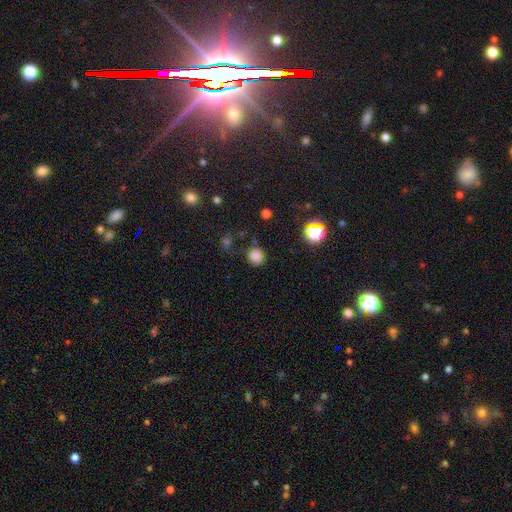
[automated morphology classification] smooth-or-featured: smooth: 81% | star or artifact: 15% | featured or disk: 4%
  how-rounded: round: 88% | in between: 11% | cigar-shaped: 1%
  merging: none: 80% | minor disturbance: 12% | major disturbance: 4% | merger: 3%